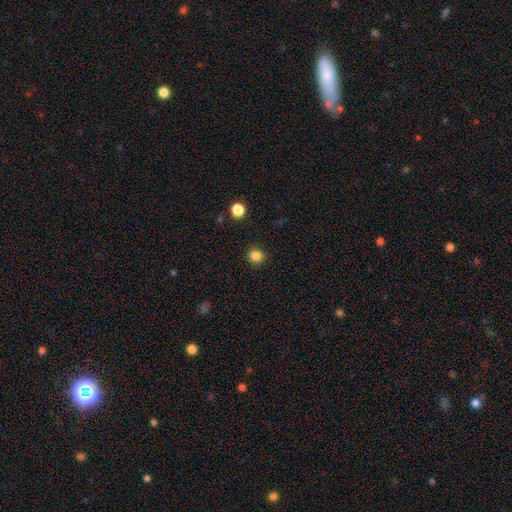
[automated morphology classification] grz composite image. It shows a smooth galaxy with no disk features (84%) that is round (88%). Merging: none (90%).